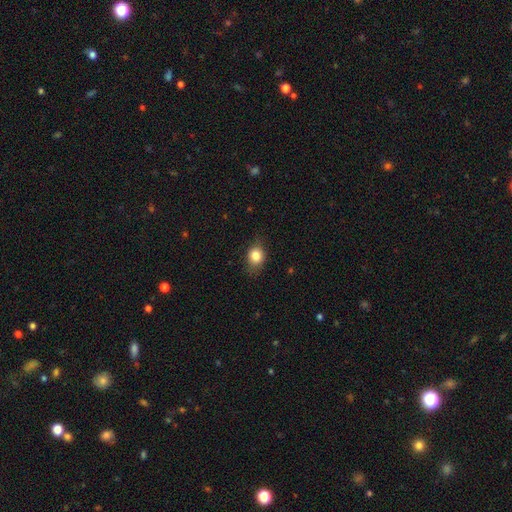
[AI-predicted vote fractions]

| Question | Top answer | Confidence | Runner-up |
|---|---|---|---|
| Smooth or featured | smooth | 82% | star or artifact (9%) |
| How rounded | in between | 51% | round (48%) |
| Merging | none | 74% | minor disturbance (20%) |